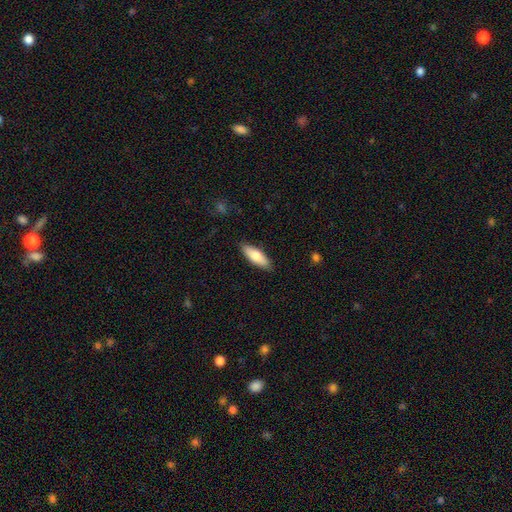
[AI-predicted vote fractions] Smooth or featured? Predicted: smooth (p=0.73). How rounded? Predicted: in between (p=0.64). Merging? Predicted: none (p=0.88).